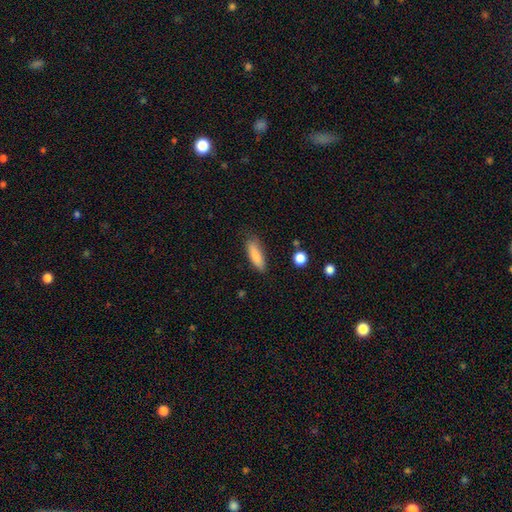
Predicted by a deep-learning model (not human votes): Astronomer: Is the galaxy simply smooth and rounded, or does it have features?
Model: smooth — 83%.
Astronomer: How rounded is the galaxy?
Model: cigar-shaped — 53% (runner-up: in between, 45%).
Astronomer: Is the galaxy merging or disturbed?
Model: none — 78%.